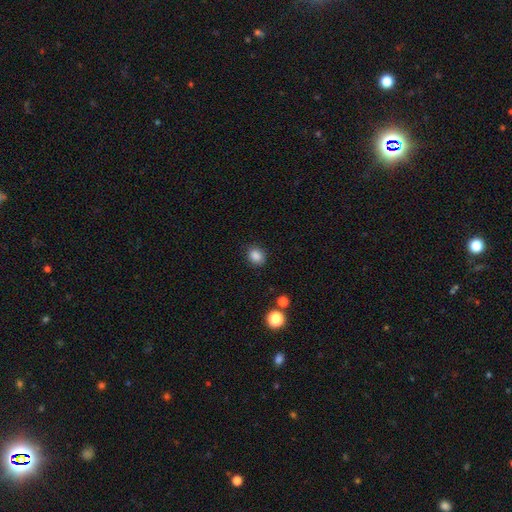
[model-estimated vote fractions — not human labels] A smooth galaxy with no disk features (86%) that is round (64%). Merging: none (87%).